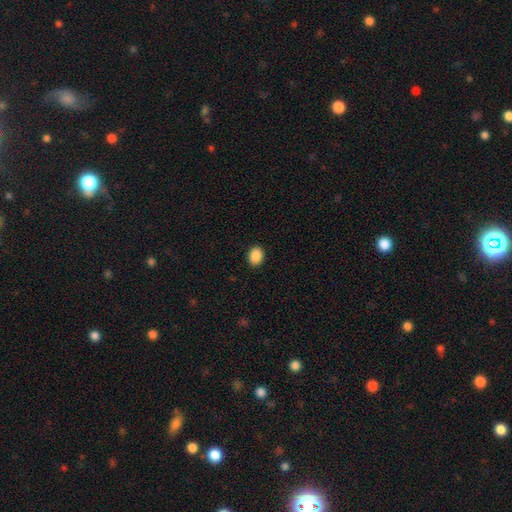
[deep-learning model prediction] smooth-or-featured: smooth: 90% | star or artifact: 8% | featured or disk: 2%
  how-rounded: in between: 57% | round: 43% | cigar-shaped: 1%
  merging: none: 91% | minor disturbance: 7% | major disturbance: 2% | merger: 1%